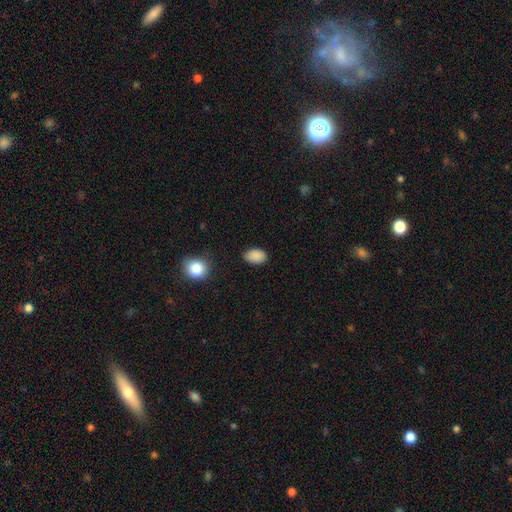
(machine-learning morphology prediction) smooth 88%, star or artifact 9%, featured or disk 3%. Down the decision tree: how rounded — in between (86%); merging — none (83%).